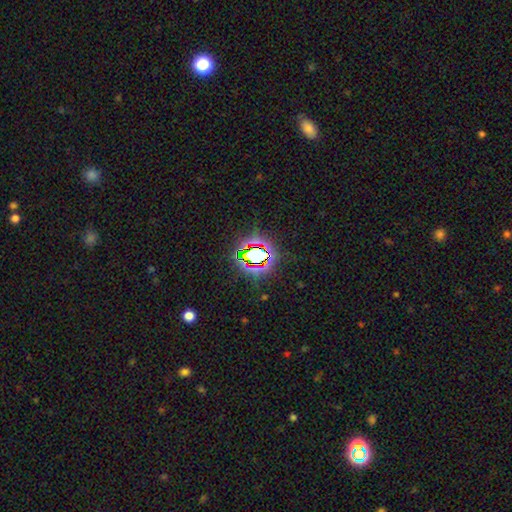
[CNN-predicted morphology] Smooth or featured: star or artifact — 73% (smooth — 17%)